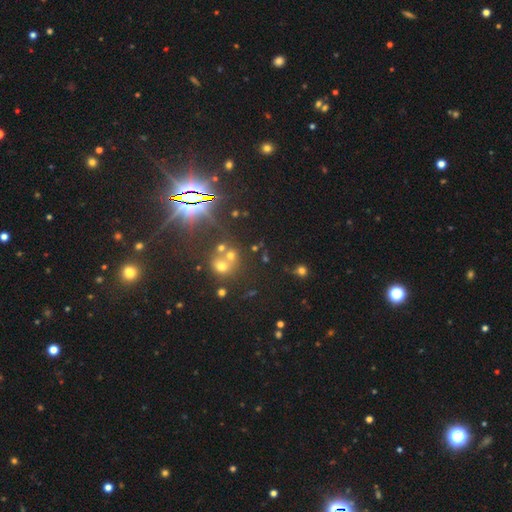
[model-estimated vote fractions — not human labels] Q: Smooth or featured?
A: star or artifact (81%); runner-up: smooth (11%)